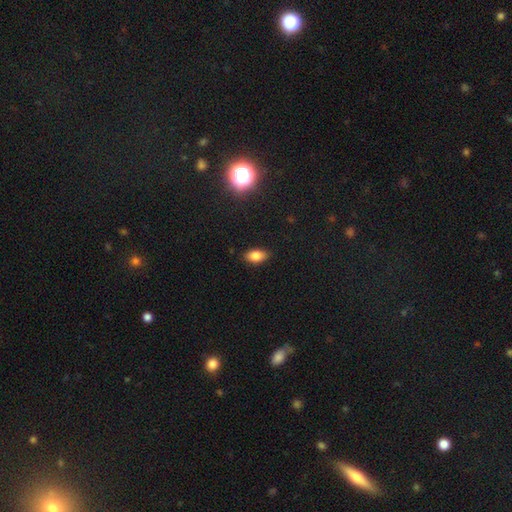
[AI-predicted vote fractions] Smooth or featured? Predicted: smooth (p=0.81). How rounded? Predicted: in between (p=0.89). Merging? Predicted: none (p=0.85).